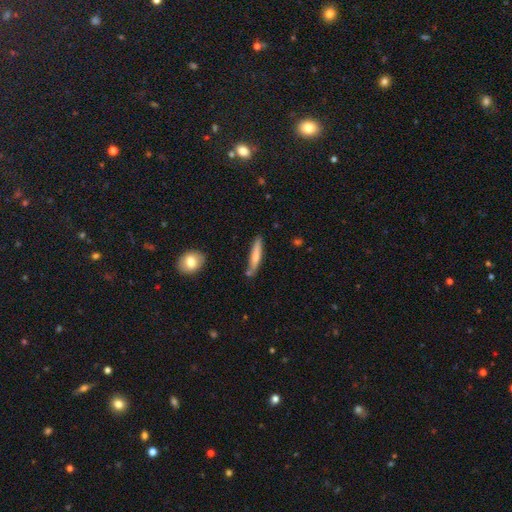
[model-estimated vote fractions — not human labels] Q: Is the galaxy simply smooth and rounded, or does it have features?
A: smooth — 68%.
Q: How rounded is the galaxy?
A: cigar-shaped — 92%.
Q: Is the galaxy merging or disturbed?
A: none — 77%.